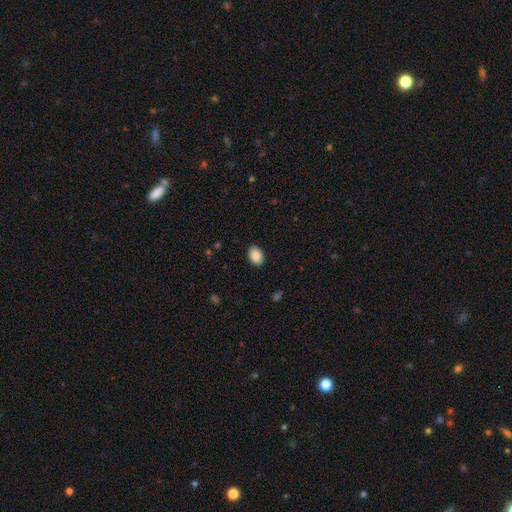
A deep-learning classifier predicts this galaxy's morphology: The model was most divided on "how rounded": in between: 80%, round: 19%, cigar-shaped: 1%. More confident: smooth or featured — smooth (90%); merging — none (89%).